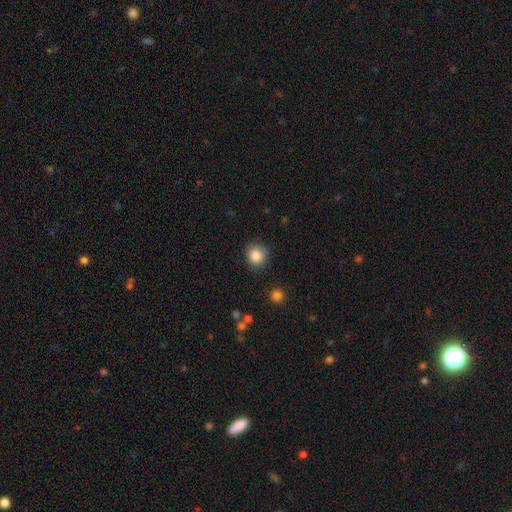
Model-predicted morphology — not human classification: smooth 85%, star or artifact 10%, featured or disk 5%. Down the decision tree: how rounded — round (89%); merging — none (87%).